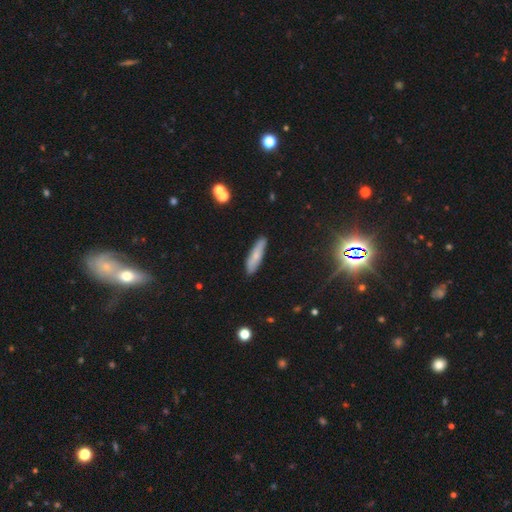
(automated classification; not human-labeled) Smooth or featured? Predicted: smooth (p=0.67). How rounded? Predicted: cigar-shaped (p=0.74). Merging? Predicted: none (p=0.85).